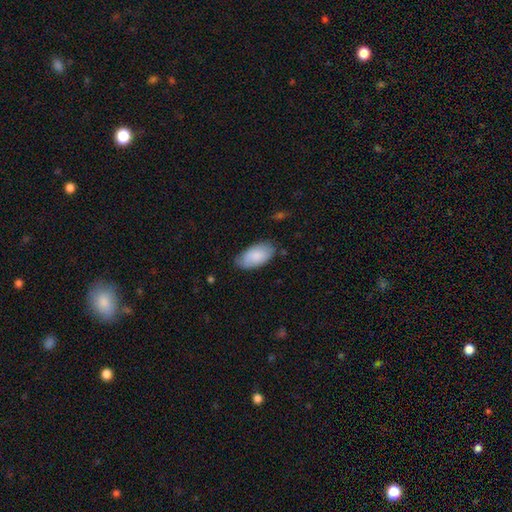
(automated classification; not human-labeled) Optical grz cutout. It shows a smooth galaxy with no disk features (85%) that is in between round and cigar-shaped (95%). Merging: none (75%).